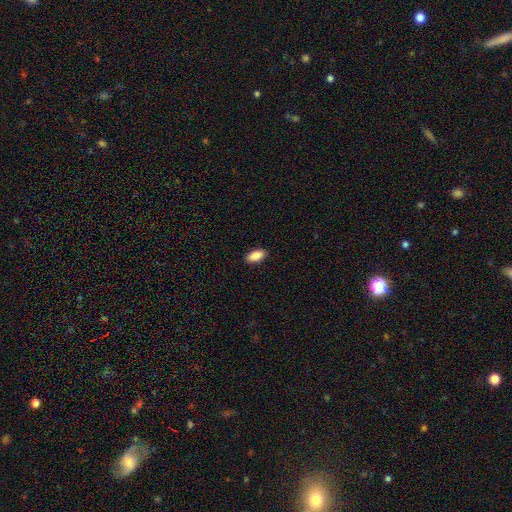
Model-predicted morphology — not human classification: The model was most divided on "smooth or featured": smooth: 87%, star or artifact: 7%, featured or disk: 6%. More confident: how rounded — in between (91%); merging — none (90%).